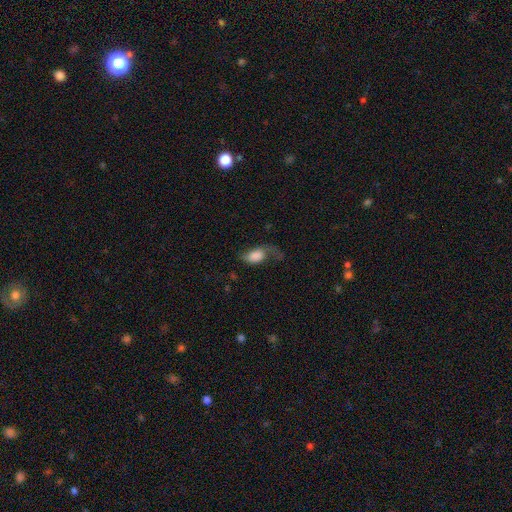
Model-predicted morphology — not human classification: This appears to be a smooth galaxy with no disk features (62%) that is in between round and cigar-shaped (87%). Merging: major disturbance (41%).